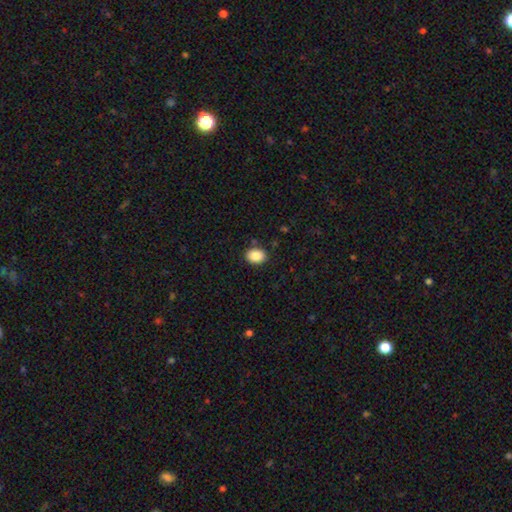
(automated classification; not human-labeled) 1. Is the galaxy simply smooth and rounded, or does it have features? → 88% smooth, 8% star or artifact, 4% featured or disk.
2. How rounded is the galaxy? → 66% in between, 33% round, 1% cigar-shaped.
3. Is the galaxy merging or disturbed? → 87% none, 8% minor disturbance, 2% major disturbance, 2% merger.